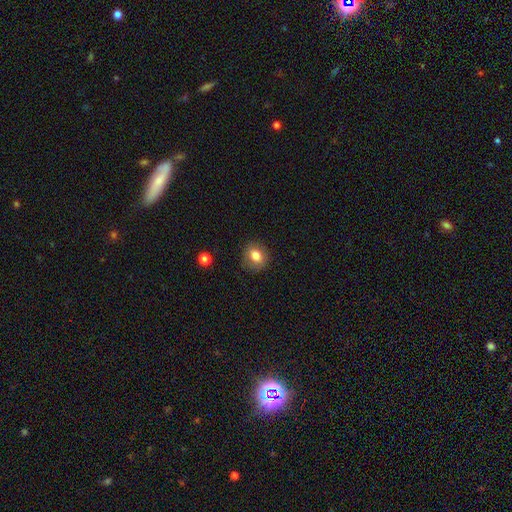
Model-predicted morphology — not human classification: Smooth or featured?
  - smooth: 81% *
  - star or artifact: 10%
  - featured or disk: 9%
How rounded?
  - round: 66% *
  - in between: 33%
  - cigar-shaped: 1%
Merging?
  - none: 83% *
  - minor disturbance: 13%
  - major disturbance: 3%
  - merger: 1%